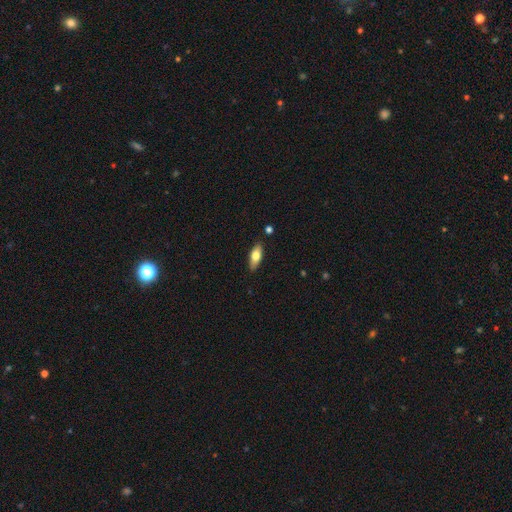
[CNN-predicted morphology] type=smooth (69%); roundness=in between (77%); merging=none (84%).